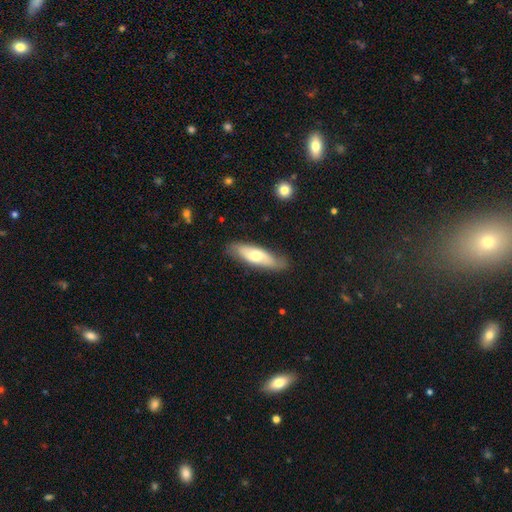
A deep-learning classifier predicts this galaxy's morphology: A smooth galaxy with no disk features (53%) that is in between round and cigar-shaped (54%).

Vote fractions:
- Smooth or featured? smooth: 53% / featured or disk: 41% / star or artifact: 6%
- How rounded? in between: 54% / cigar-shaped: 44% / round: 2%
- Merging? none: 76% / minor disturbance: 18% / major disturbance: 4% / merger: 1%